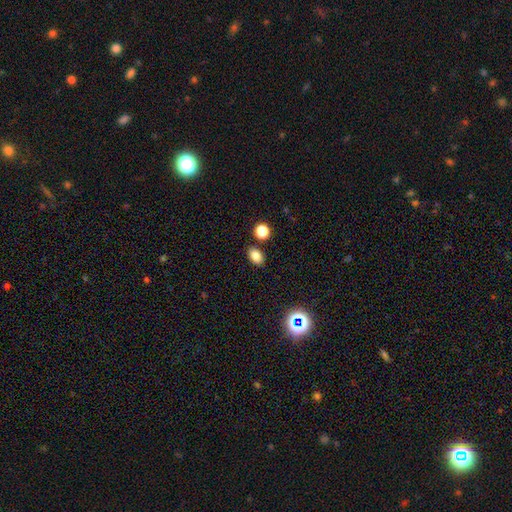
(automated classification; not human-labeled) Overall: smooth (81%). How rounded: in between (79%). Merging: none (83%).